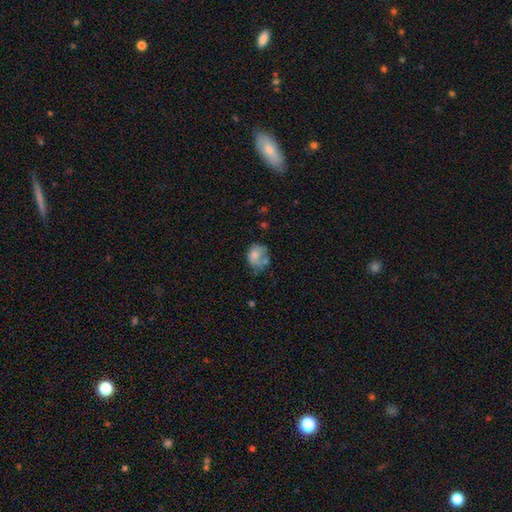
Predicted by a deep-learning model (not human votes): The model was most divided on "merging": none: 35%, minor disturbance: 28%, major disturbance: 21%, merger: 17%. More confident: smooth or featured — smooth (64%); how rounded — round (55%).